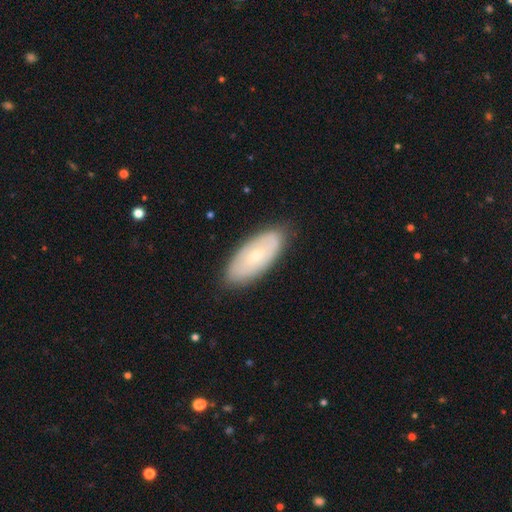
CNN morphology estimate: smooth-or-featured: smooth: 51% | featured or disk: 43% | star or artifact: 6%
  how-rounded: in between: 87% | cigar-shaped: 11% | round: 2%
  merging: none: 84% | minor disturbance: 12% | major disturbance: 3% | merger: 1%